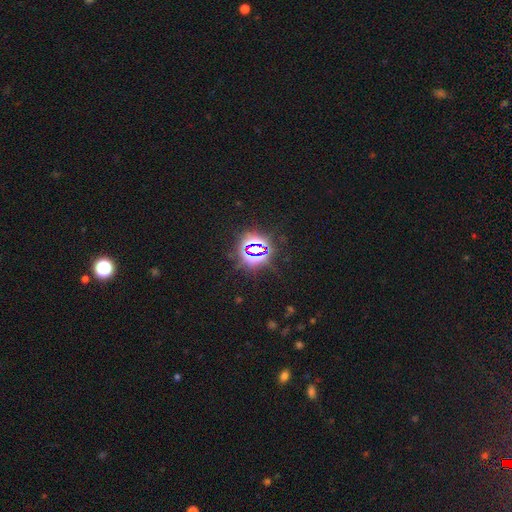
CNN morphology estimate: This is clearly a star or artifact rather than a galaxy (81%).